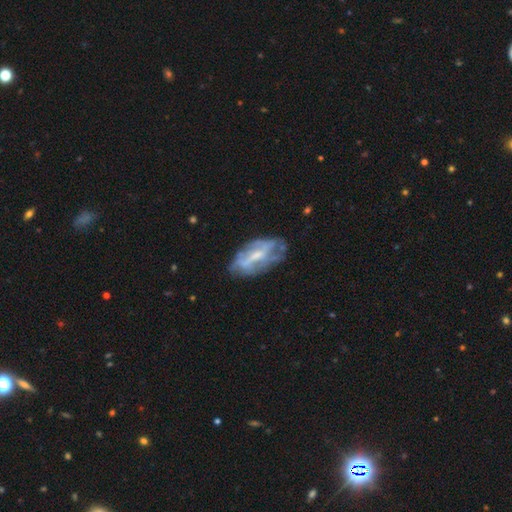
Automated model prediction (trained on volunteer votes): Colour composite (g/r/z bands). It shows a featured or disk galaxy (68%) with a weak bar (43%), spiral arms (56%) and a small central bulge (44%). Merging: none (56%).